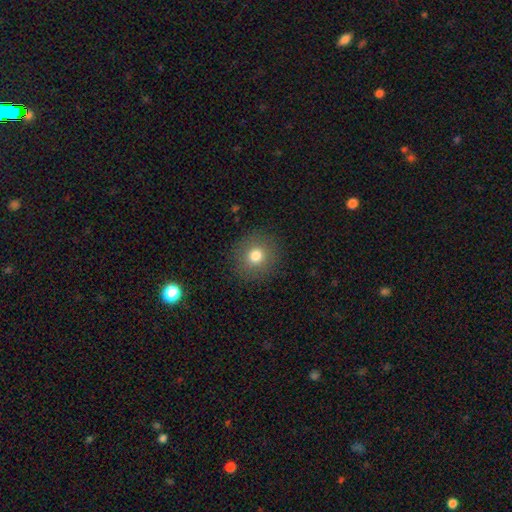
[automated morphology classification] smooth 78%, star or artifact 12%, featured or disk 10%. Down the decision tree: how rounded — round (89%); merging — none (89%).